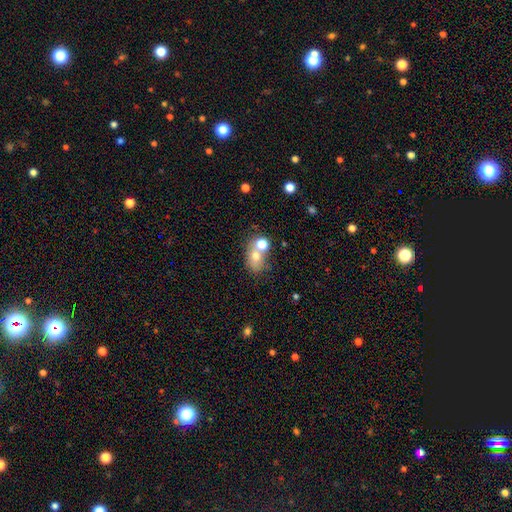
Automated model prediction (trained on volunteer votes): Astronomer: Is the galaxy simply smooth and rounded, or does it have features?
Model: smooth — 68%.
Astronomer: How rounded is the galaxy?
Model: in between — 57% (runner-up: round, 42%).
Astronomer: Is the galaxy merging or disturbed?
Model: merger — 43% (runner-up: none, 40%).